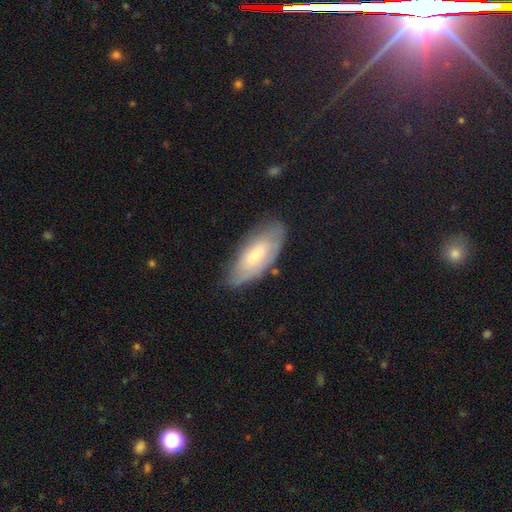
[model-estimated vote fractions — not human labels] Smooth or featured? smooth (48%)
Merging? none (71%)